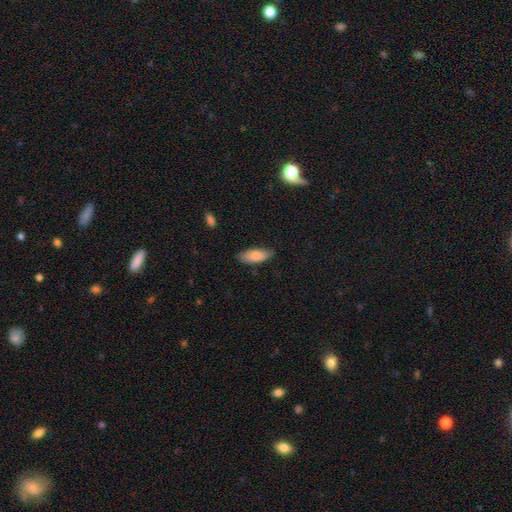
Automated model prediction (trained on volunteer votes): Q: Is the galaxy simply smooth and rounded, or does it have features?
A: smooth — 80%.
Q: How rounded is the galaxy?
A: in between — 79%.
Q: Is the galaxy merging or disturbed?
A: none — 75%.